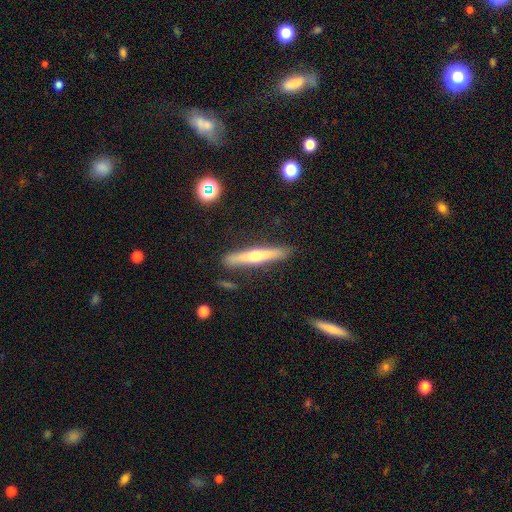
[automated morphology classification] smooth-or-featured: featured or disk: 52% | smooth: 42% | star or artifact: 7%
  disk-edge-on: yes: 95% | no: 5%
  merging: none: 87% | minor disturbance: 9% | merger: 2% | major disturbance: 2%